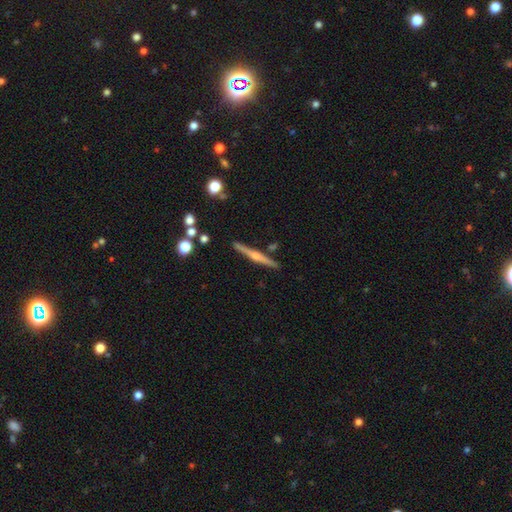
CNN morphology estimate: The model was most divided on "smooth or featured": featured or disk: 74%, smooth: 19%, star or artifact: 6%. More confident: edge-on disk — yes (98%); merging — none (90%); edge-on bulge — rounded (79%).